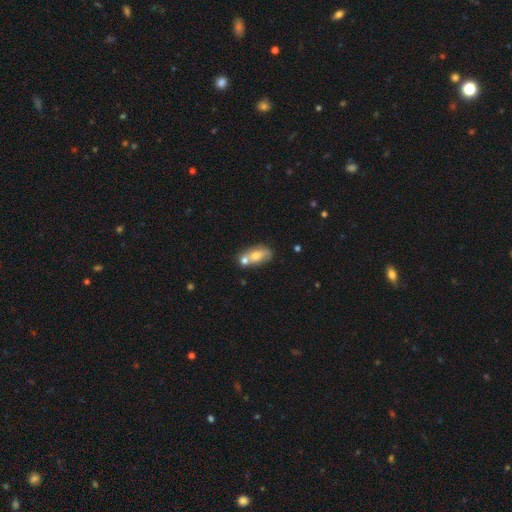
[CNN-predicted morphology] smooth_or_featured: smooth (p=0.64) [alt: featured or disk p=0.27]
how_rounded: in between (p=0.83) [alt: round p=0.09]
merging: none (p=0.39) [tied with: merger p=0.39]